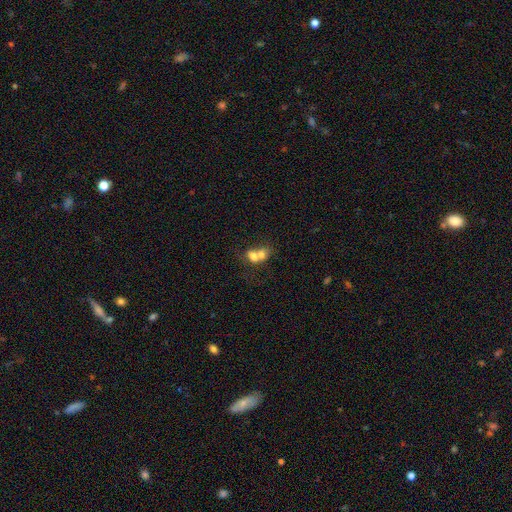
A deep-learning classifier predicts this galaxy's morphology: Smooth or featured?
  - smooth: 66% *
  - featured or disk: 23%
  - star or artifact: 11%
How rounded?
  - in between: 50% *
  - round: 49%
  - cigar-shaped: 2%
Merging?
  - merger: 73% *
  - none: 17%
  - minor disturbance: 6%
  - major disturbance: 5%